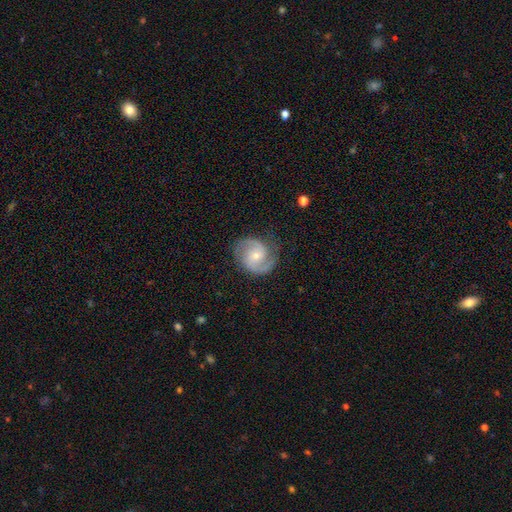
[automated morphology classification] Smooth or featured: featured or disk — 87% (smooth — 9%)
Edge-on disk: no — 98% (yes — 2%)
Bar: no — 53% (weak — 39%)
Spiral arms: yes — 97% (no — 3%)
Spiral winding: medium — 56% (tight — 30%)
Spiral arm count: 2 — 90% (can't tell — 3%)
Bulge size: small — 56% (moderate — 39%)
Merging: none — 80% (minor disturbance — 14%)